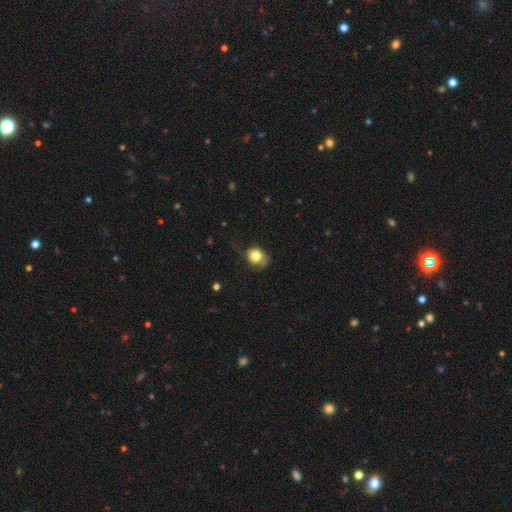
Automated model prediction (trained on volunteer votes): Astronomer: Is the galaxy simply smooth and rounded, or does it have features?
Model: smooth — 76%.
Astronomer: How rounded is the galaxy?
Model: round — 65%.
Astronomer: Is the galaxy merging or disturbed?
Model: none — 47% (runner-up: minor disturbance, 33%).